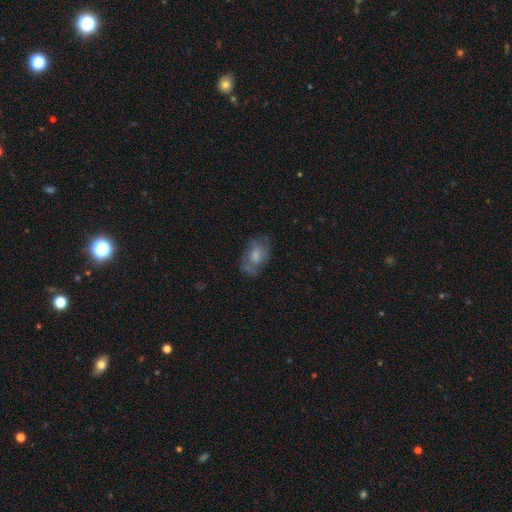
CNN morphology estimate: A smooth galaxy with no disk features (57%) that is in between round and cigar-shaped (87%).

Vote fractions:
- Smooth or featured? smooth: 57% / featured or disk: 34% / star or artifact: 9%
- How rounded? in between: 87% / round: 10% / cigar-shaped: 2%
- Merging? none: 60% / minor disturbance: 25% / major disturbance: 13% / merger: 2%